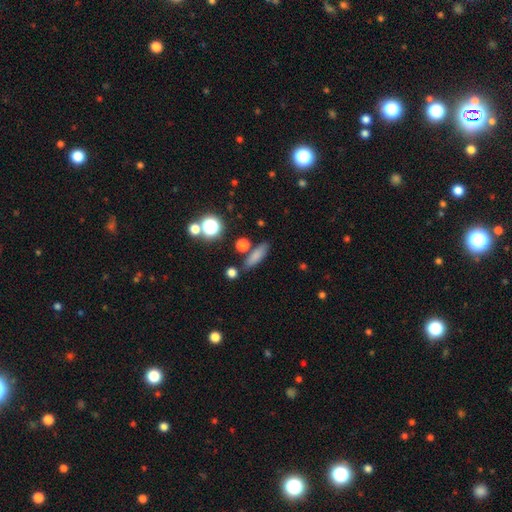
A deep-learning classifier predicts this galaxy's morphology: Q: Smooth or featured?
A: smooth (77%); runner-up: star or artifact (12%)
Q: How rounded?
A: cigar-shaped (52%); runner-up: in between (41%)
Q: Merging?
A: none (79%); runner-up: minor disturbance (11%)